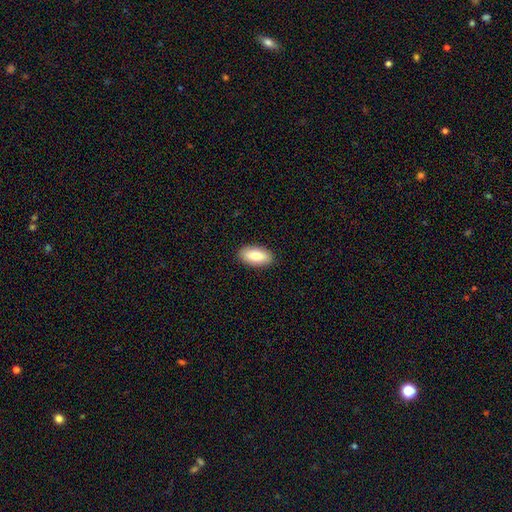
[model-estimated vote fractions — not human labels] A smooth galaxy with no disk features (82%) that is in between round and cigar-shaped (92%).

Vote fractions:
- Smooth or featured? smooth: 82% / featured or disk: 12% / star or artifact: 6%
- How rounded? in between: 92% / cigar-shaped: 5% / round: 3%
- Merging? none: 90% / minor disturbance: 7% / major disturbance: 2% / merger: 1%